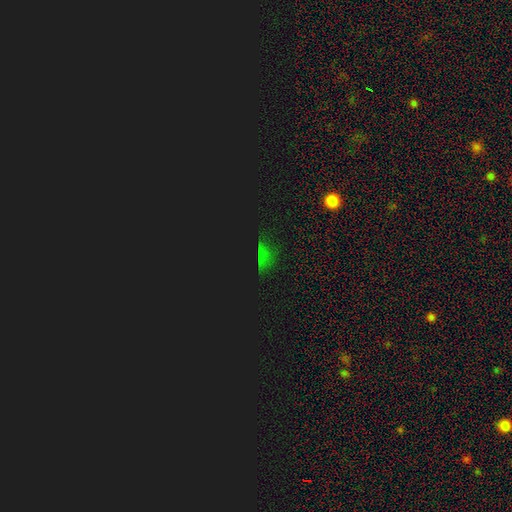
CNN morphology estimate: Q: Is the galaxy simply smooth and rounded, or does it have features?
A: star or artifact — 76%.